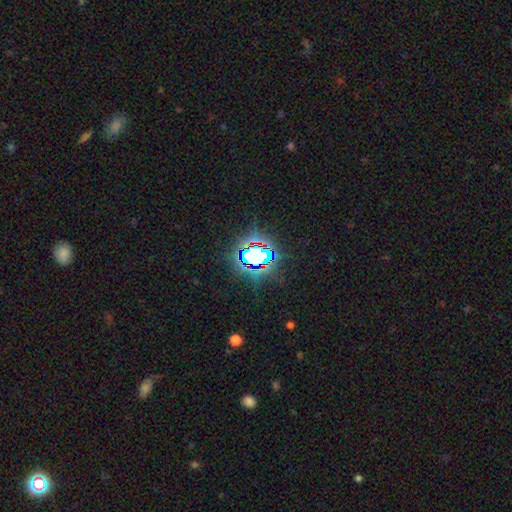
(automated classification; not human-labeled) smooth-or-featured: star or artifact: 71% | smooth: 17% | featured or disk: 12%